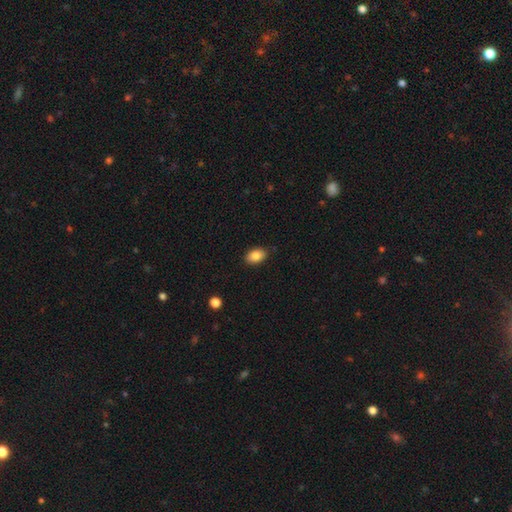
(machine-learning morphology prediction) smooth_or_featured: smooth (p=0.85) [alt: star or artifact p=0.08]
how_rounded: in between (p=0.88) [alt: round p=0.11]
merging: none (p=0.87) [alt: minor disturbance p=0.10]